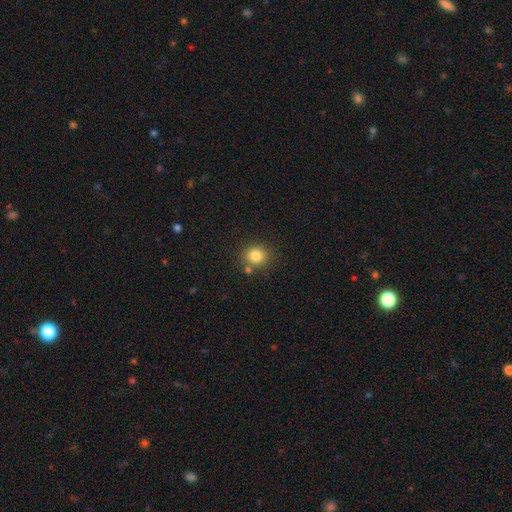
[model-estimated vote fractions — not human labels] This appears to be a smooth galaxy with no disk features (82%) that is round (82%). Merging: none (78%).